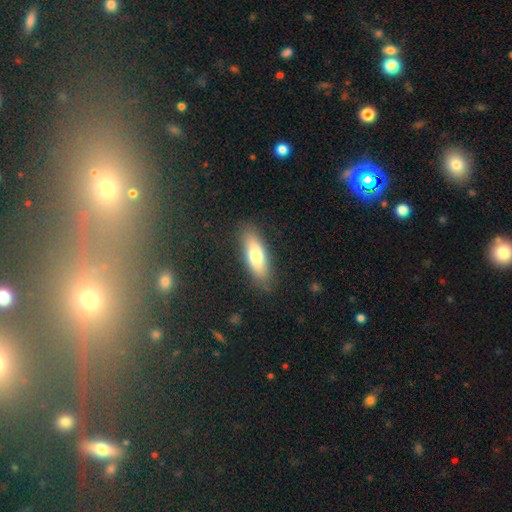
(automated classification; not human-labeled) smooth-or-featured: smooth: 71% | featured or disk: 23% | star or artifact: 6%
  how-rounded: in between: 62% | cigar-shaped: 35% | round: 2%
  merging: none: 85% | minor disturbance: 11% | major disturbance: 3% | merger: 1%